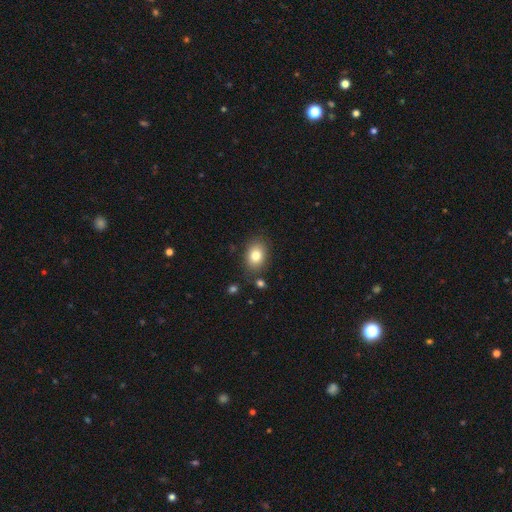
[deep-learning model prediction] This is clearly a smooth galaxy (81%). How rounded: likely in between (76%). Merging: clearly none (80%).